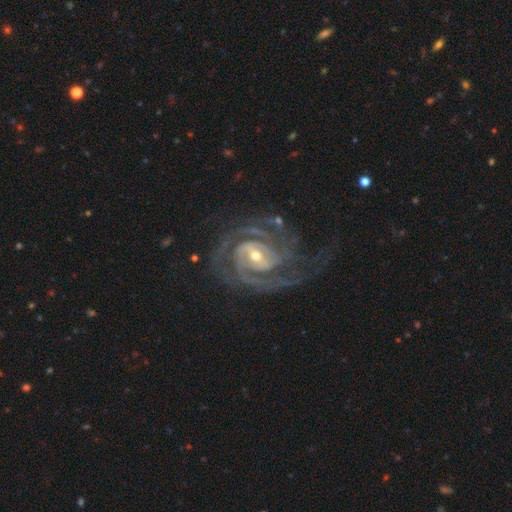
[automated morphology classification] Q: Smooth or featured?
A: featured or disk (92%); runner-up: star or artifact (5%)
Q: Edge-on disk?
A: no (98%); runner-up: yes (2%)
Q: Bar?
A: weak (43%); runner-up: no (29%)
Q: Spiral arms?
A: yes (98%); runner-up: no (2%)
Q: Spiral winding?
A: tight (65%); runner-up: medium (31%)
Q: Spiral arm count?
A: 2 (48%); runner-up: 3 (23%)
Q: Bulge size?
A: moderate (49%); runner-up: small (47%)
Q: Merging?
A: none (63%); runner-up: minor disturbance (19%)